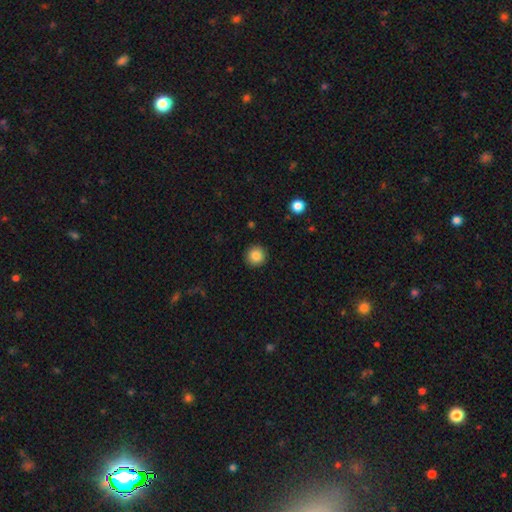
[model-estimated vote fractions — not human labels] smooth_or_featured: smooth (p=0.86) [alt: star or artifact p=0.10]
how_rounded: round (p=0.94) [alt: in between p=0.05]
merging: none (p=0.92) [alt: minor disturbance p=0.05]